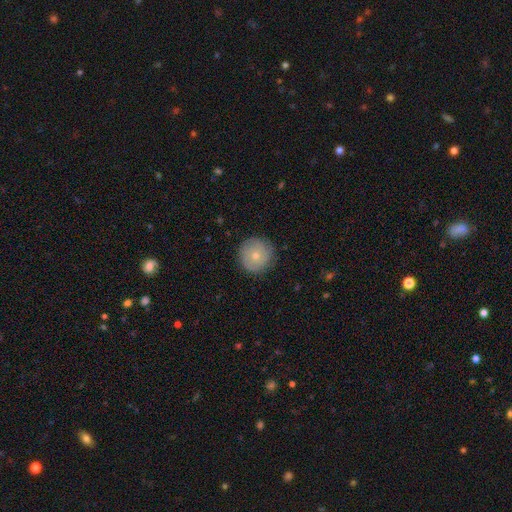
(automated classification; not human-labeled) Smooth or featured? Predicted: smooth (p=0.59). How rounded? Predicted: round (p=0.95). Merging? Predicted: none (p=0.83).